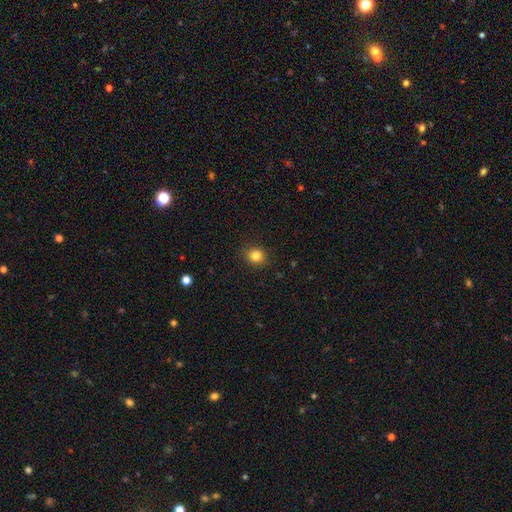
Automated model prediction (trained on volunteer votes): smooth 82%, star or artifact 12%, featured or disk 6%. Down the decision tree: how rounded — round (77%); merging — none (90%).